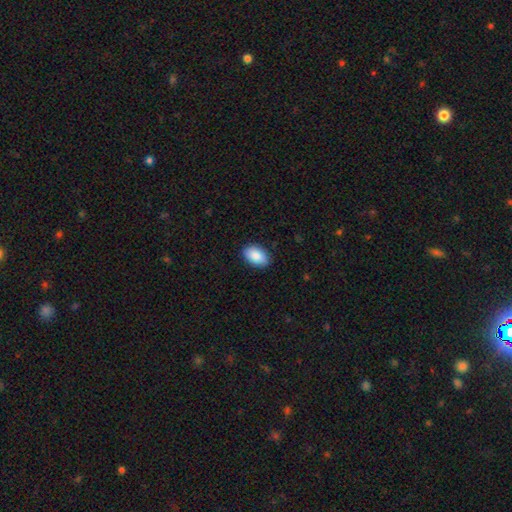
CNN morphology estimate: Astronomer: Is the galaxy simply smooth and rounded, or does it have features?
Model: smooth — 89%.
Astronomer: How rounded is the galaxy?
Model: in between — 93%.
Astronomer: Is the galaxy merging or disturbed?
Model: none — 89%.